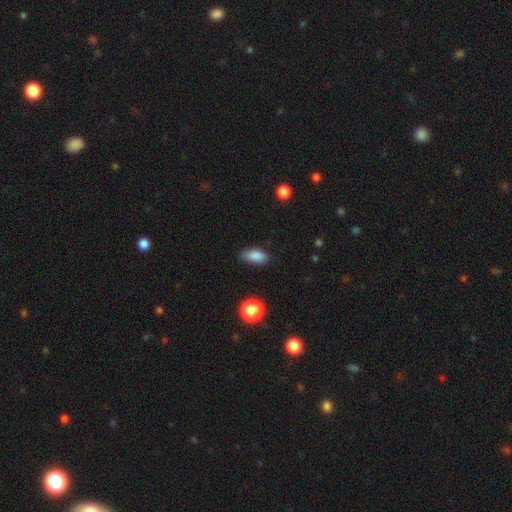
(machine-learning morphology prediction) A smooth galaxy with no disk features (86%) that is in between round and cigar-shaped (88%).

Vote fractions:
- Smooth or featured? smooth: 86% / star or artifact: 9% / featured or disk: 5%
- How rounded? in between: 88% / cigar-shaped: 6% / round: 5%
- Merging? none: 74% / minor disturbance: 20% / major disturbance: 4% / merger: 2%